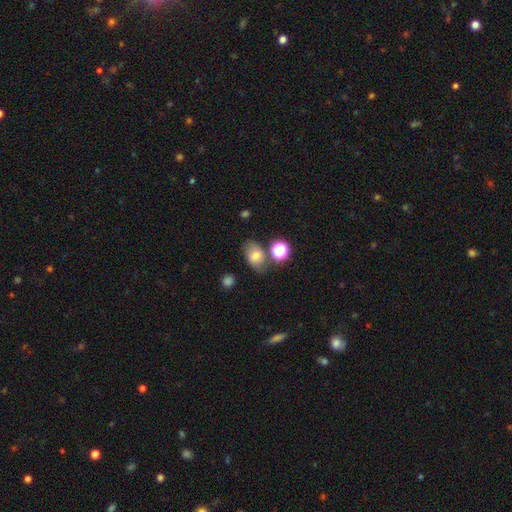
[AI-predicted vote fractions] Smooth or featured?
  - smooth: 64% *
  - featured or disk: 21%
  - star or artifact: 15%
How rounded?
  - in between: 69% *
  - round: 30%
  - cigar-shaped: 2%
Merging?
  - none: 66% *
  - minor disturbance: 17%
  - merger: 10%
  - major disturbance: 6%